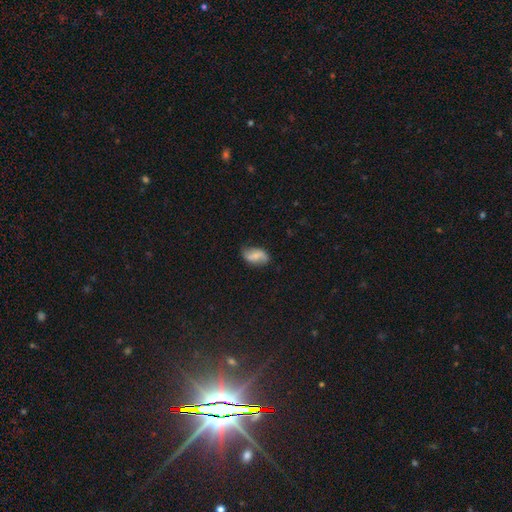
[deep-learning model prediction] Smooth or featured? Predicted: smooth (p=0.46, tied with featured or disk). Merging? Predicted: none (p=0.72).